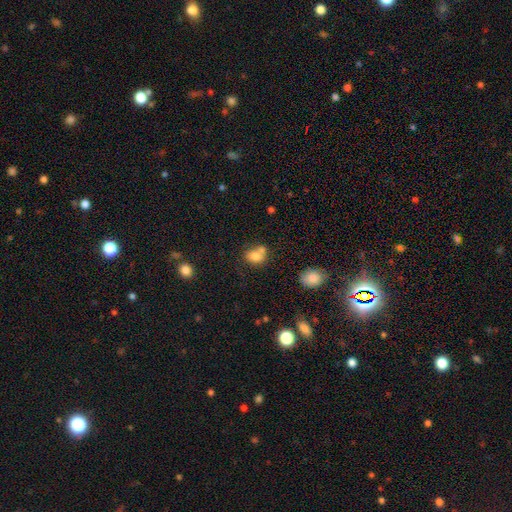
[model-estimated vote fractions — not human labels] A smooth galaxy with no disk features (79%) that is in between round and cigar-shaped (57%). Merging: merger (41%).